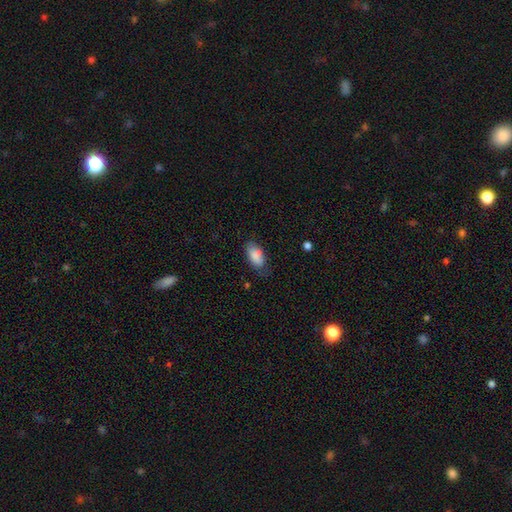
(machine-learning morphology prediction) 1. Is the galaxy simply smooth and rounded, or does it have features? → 86% smooth, 8% featured or disk, 7% star or artifact.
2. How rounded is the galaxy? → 92% in between, 5% cigar-shaped, 3% round.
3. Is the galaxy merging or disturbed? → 66% none, 25% minor disturbance, 7% major disturbance, 2% merger.